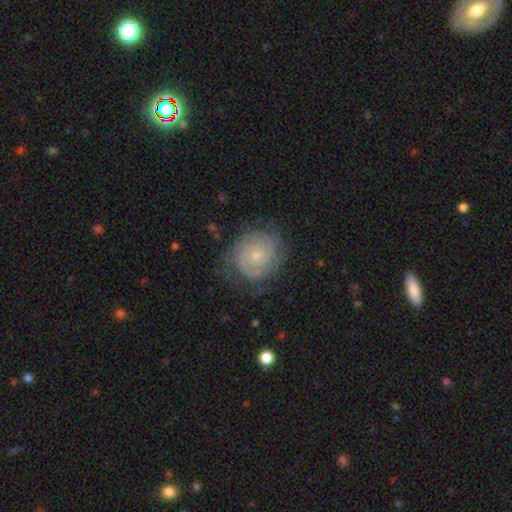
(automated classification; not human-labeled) A featured or disk galaxy (78%) with no bar (79%), 2 (48%) tight (73%) spiral arms (94%) and a small central bulge (77%).

Vote fractions:
- Smooth or featured? featured or disk: 78% / smooth: 15% / star or artifact: 6%
- Edge-on disk? no: 98% / yes: 2%
- Bar? no: 79% / weak: 18% / strong: 3%
- Spiral arms? yes: 94% / no: 6%
- Spiral winding? tight: 73% / medium: 22% / loose: 6%
- Spiral arm count? 2: 48% / can't tell: 24% / 3: 14% / 4: 5% / 1: 5% / more than 4: 4%
- Bulge size? small: 77% / moderate: 19% / none: 2% / large: 1% / dominant: 1%
- Merging? none: 74% / minor disturbance: 18% / major disturbance: 8% / merger: 1%